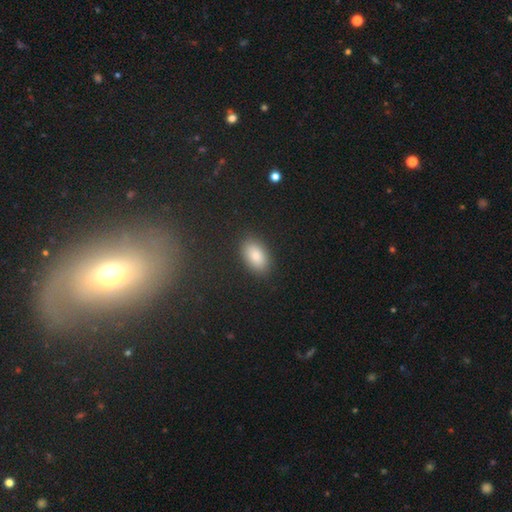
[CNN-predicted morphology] smooth_or_featured: smooth (p=0.84) [alt: star or artifact p=0.09]
how_rounded: in between (p=0.92) [alt: round p=0.05]
merging: none (p=0.87) [alt: minor disturbance p=0.09]